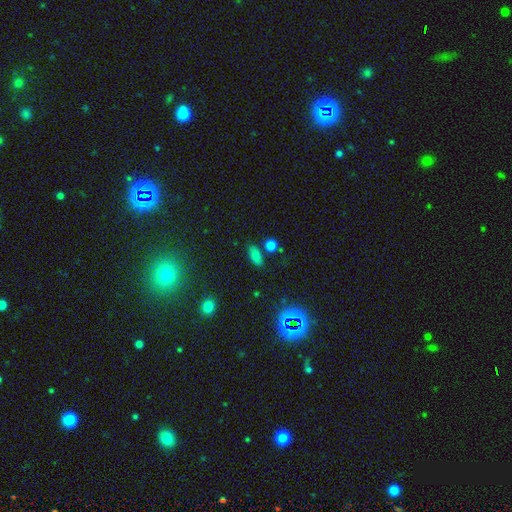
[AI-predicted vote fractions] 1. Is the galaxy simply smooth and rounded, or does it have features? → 74% smooth, 18% star or artifact, 8% featured or disk.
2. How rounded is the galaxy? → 82% in between, 9% round, 8% cigar-shaped.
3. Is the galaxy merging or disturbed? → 75% none, 13% minor disturbance, 8% merger, 4% major disturbance.